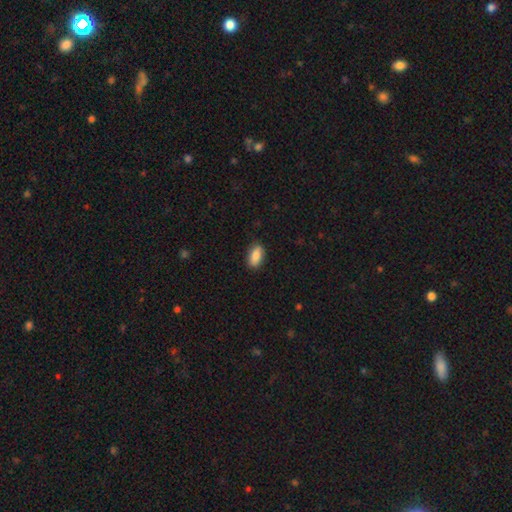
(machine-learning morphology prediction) The model was most divided on "merging": none: 86%, minor disturbance: 11%, major disturbance: 2%, merger: 1%. More confident: how rounded — in between (89%); smooth or featured — smooth (86%).